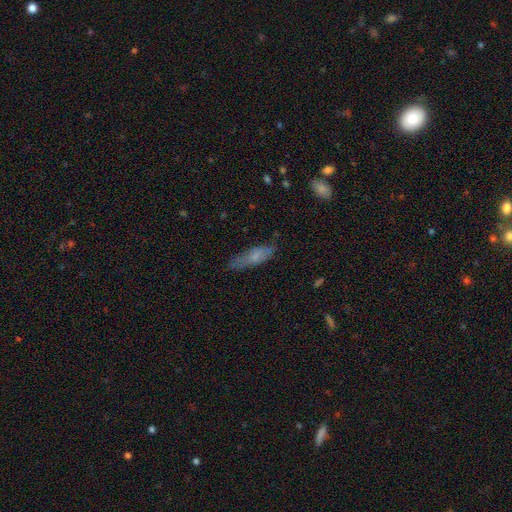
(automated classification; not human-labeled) A smooth galaxy with no disk features (65%) that is cigar-shaped (56%). Merging: none (67%).